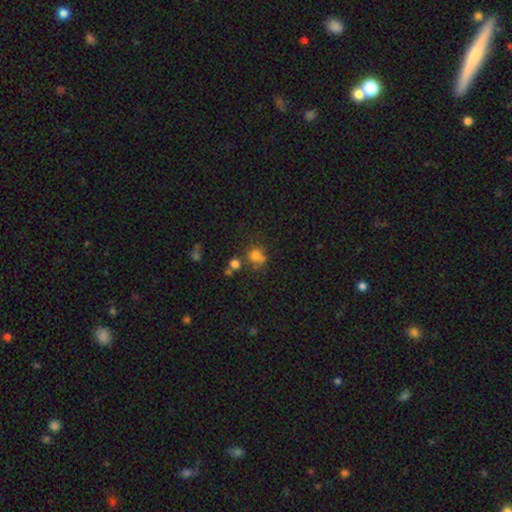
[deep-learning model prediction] Q: Smooth or featured?
A: smooth (72%); runner-up: star or artifact (16%)
Q: How rounded?
A: round (81%); runner-up: in between (18%)
Q: Merging?
A: none (54%); runner-up: merger (25%)